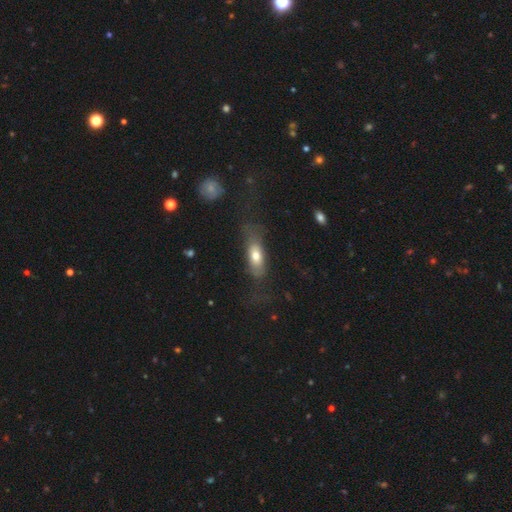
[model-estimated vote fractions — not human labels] Smooth or featured?
  - smooth: 65% *
  - featured or disk: 28%
  - star or artifact: 7%
How rounded?
  - in between: 73% *
  - cigar-shaped: 23%
  - round: 4%
Merging?
  - none: 50% *
  - major disturbance: 24%
  - minor disturbance: 24%
  - merger: 2%